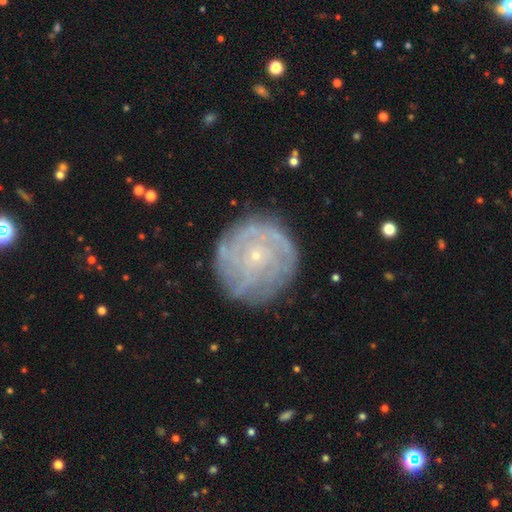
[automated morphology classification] This is likely a featured or disk galaxy (72%). It is clearly not viewed edge-on (97%). Bar: clearly no (85%). Spiral arm pattern: clearly yes (83%). Spiral arm count: possibly can't tell (46%). Spiral winding: likely tight (76%). Central bulge: clearly small (89%). Merging: clearly none (80%).